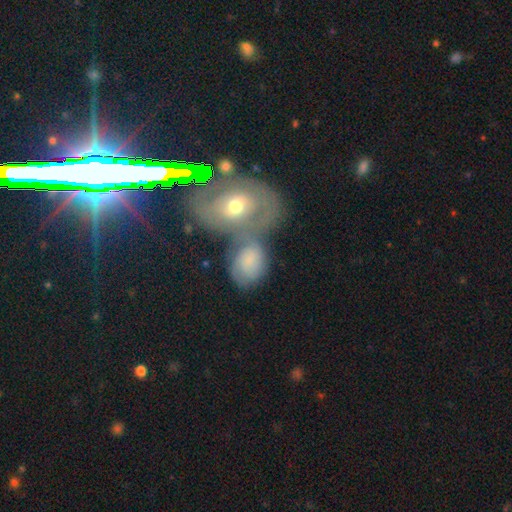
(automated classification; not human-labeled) A smooth galaxy with no disk features (49%). Merging: merger (48%).